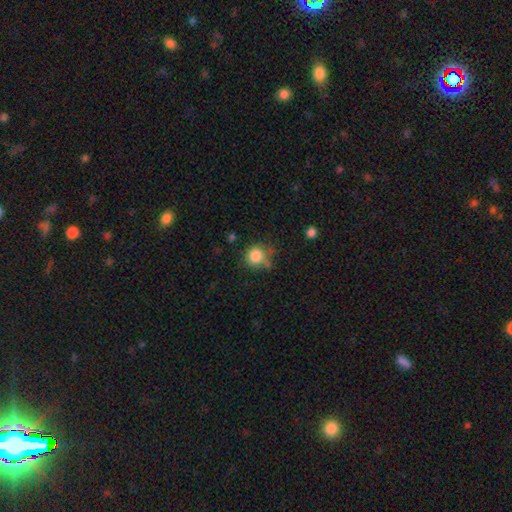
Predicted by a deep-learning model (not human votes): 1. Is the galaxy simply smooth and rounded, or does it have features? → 83% smooth, 11% star or artifact, 7% featured or disk.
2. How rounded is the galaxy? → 85% round, 14% in between, 1% cigar-shaped.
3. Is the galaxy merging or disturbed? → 57% none, 25% minor disturbance, 9% major disturbance, 9% merger.